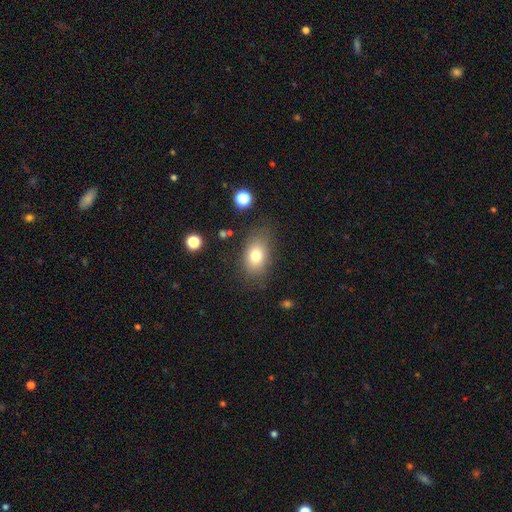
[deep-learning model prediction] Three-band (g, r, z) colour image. It shows a smooth galaxy with no disk features (77%) that is in between round and cigar-shaped (83%). Merging: none (77%).